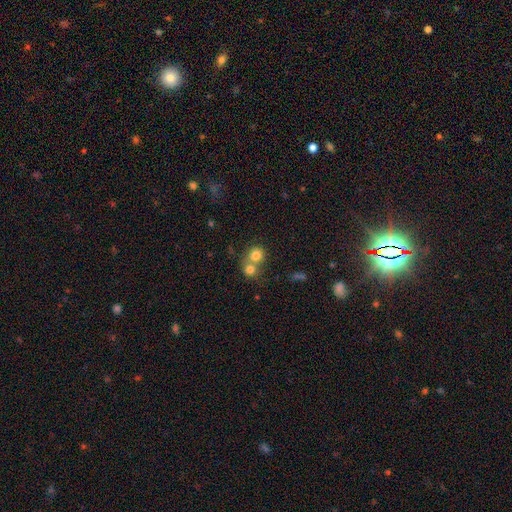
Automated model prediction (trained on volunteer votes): A smooth galaxy with no disk features (78%) that is round (85%). Merging: merger (51%).